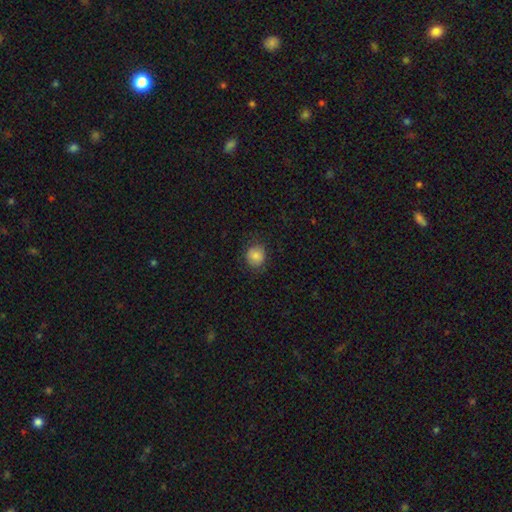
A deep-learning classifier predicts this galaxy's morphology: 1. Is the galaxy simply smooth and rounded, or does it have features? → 84% smooth, 10% star or artifact, 6% featured or disk.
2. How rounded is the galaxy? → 84% round, 15% in between, 1% cigar-shaped.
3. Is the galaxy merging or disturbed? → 82% none, 13% minor disturbance, 4% major disturbance, 1% merger.